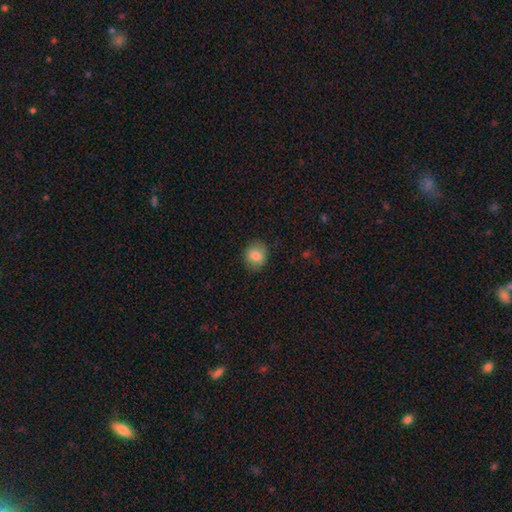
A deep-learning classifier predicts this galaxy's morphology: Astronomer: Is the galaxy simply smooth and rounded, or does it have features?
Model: smooth — 82%.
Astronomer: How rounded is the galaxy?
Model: round — 68%.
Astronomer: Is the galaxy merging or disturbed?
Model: none — 82%.